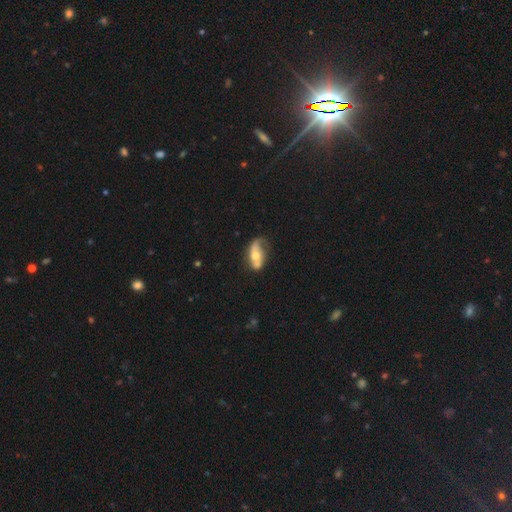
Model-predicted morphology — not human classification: This is possibly a featured or disk galaxy (59%). It is clearly not viewed edge-on (92%). Bar: likely no (67%). Spiral arm pattern: likely yes (73%). Central bulge: likely moderate (63%). Merging: marginally none (40%).